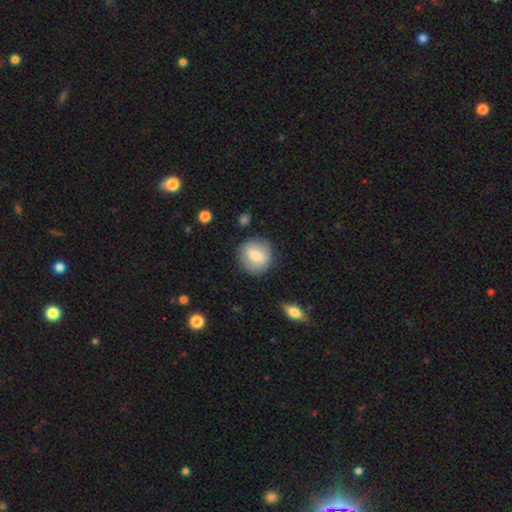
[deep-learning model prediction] This is likely a smooth galaxy (71%). How rounded: clearly round (85%). Merging: clearly none (82%).